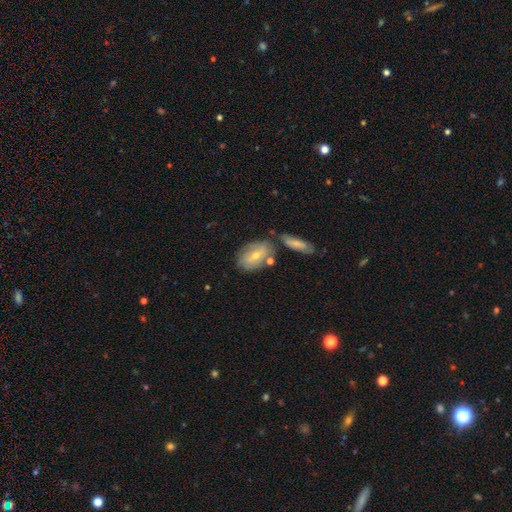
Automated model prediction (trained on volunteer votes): A smooth galaxy with no disk features (52%) that is in between round and cigar-shaped (86%).

Vote fractions:
- Smooth or featured? smooth: 52% / featured or disk: 42% / star or artifact: 7%
- How rounded? in between: 86% / round: 10% / cigar-shaped: 4%
- Merging? none: 57% / minor disturbance: 19% / merger: 18% / major disturbance: 6%